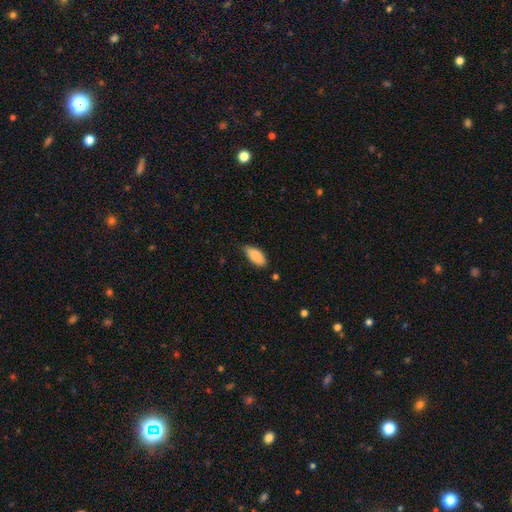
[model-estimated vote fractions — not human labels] smooth-or-featured: smooth: 87% | featured or disk: 7% | star or artifact: 6%
  how-rounded: in between: 89% | cigar-shaped: 9% | round: 2%
  merging: none: 66% | minor disturbance: 28% | major disturbance: 4% | merger: 2%